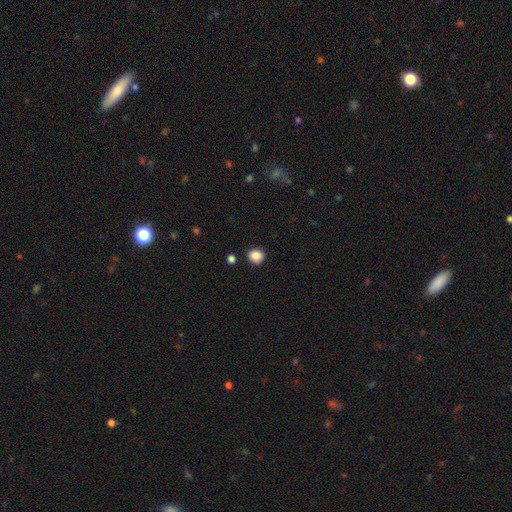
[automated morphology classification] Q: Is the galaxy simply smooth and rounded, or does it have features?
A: smooth — 87%.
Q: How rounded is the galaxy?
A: round — 79%.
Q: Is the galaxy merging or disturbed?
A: none — 87%.